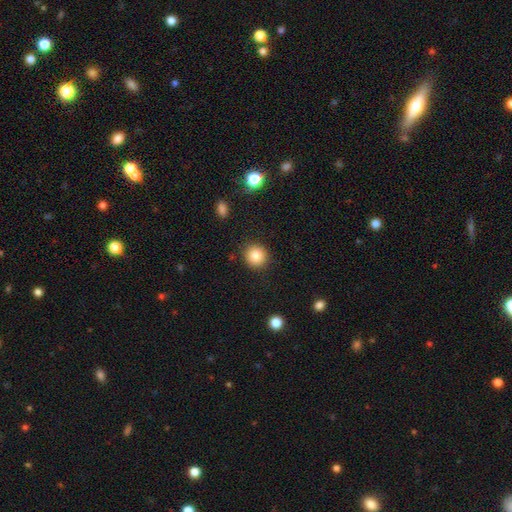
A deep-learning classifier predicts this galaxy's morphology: Overall: smooth (85%). How rounded: round (91%). Merging: none (90%).